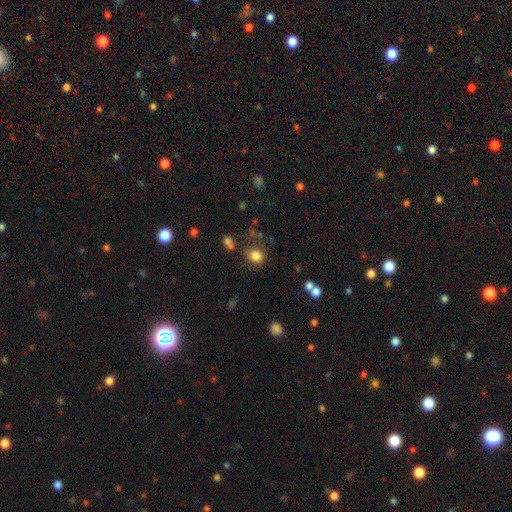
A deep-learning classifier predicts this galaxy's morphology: This is clearly a smooth galaxy (82%). How rounded: likely round (66%). Merging: likely none (74%).